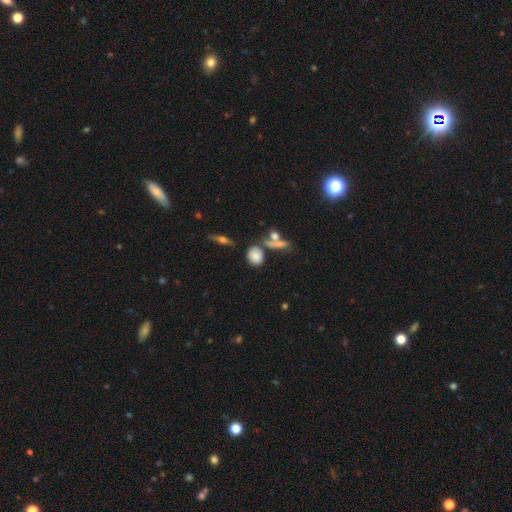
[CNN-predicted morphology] type=smooth (75%); roundness=round (62%); merging=none (57%).